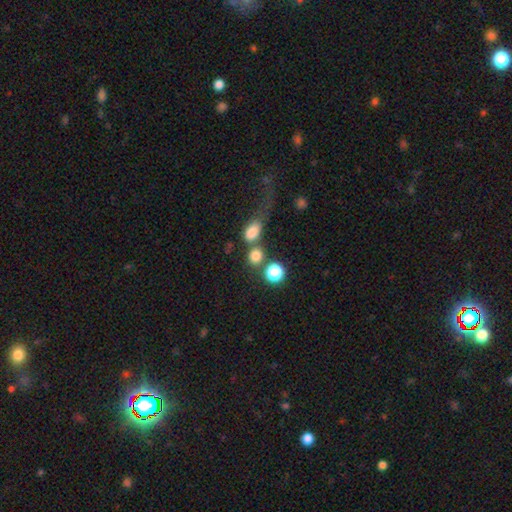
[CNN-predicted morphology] This appears to be a smooth galaxy with no disk features (80%) that is round (65%). Merging: none (48%).